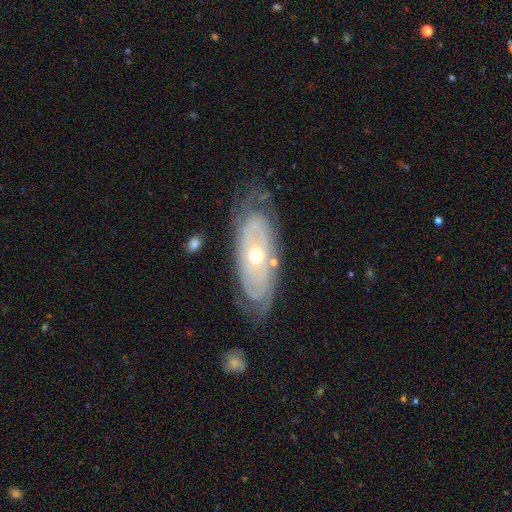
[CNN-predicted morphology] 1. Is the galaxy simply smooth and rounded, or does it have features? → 78% featured or disk, 16% smooth, 6% star or artifact.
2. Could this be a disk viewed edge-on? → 88% no, 12% yes.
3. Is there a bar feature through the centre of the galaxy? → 85% no, 11% weak, 4% strong.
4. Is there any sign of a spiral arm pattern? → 71% yes, 29% no.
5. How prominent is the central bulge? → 67% moderate, 26% small, 4% large, 1% dominant, 1% none.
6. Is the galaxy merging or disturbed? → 69% none, 19% minor disturbance, 9% major disturbance, 2% merger.